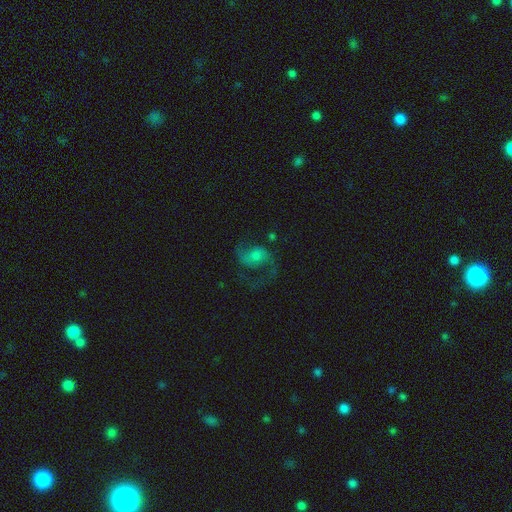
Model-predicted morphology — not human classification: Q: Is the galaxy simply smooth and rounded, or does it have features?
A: featured or disk — 76%.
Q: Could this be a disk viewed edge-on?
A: no — 98%.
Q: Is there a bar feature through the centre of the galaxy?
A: no — 62%.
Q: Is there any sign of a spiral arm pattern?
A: yes — 93%.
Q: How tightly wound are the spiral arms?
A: loose — 50%.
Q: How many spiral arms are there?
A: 2 — 87%.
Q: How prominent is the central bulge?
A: small — 46%.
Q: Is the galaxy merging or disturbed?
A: none — 60%.